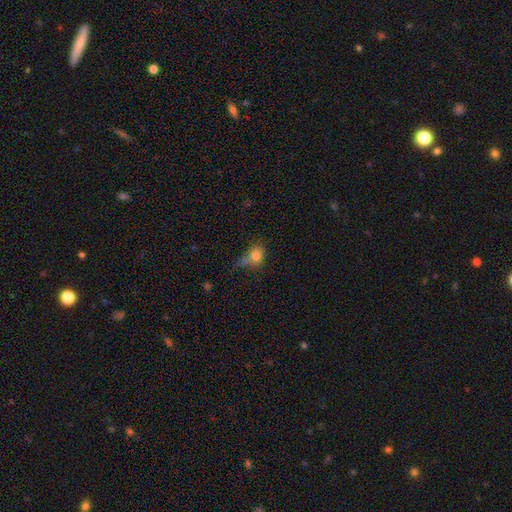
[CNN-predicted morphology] This is likely a smooth galaxy (76%). How rounded: possibly in between (49%, tied with round). Merging: marginally none (34%).